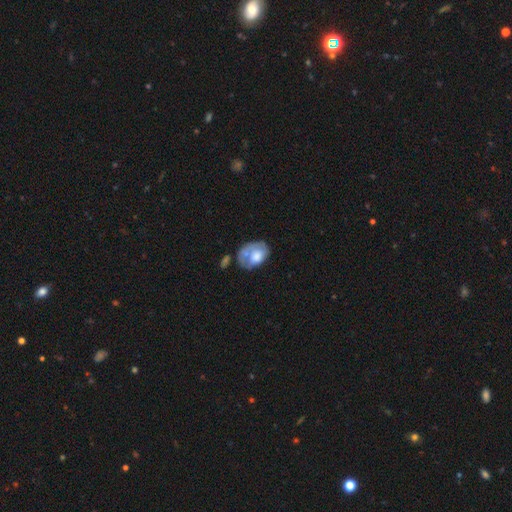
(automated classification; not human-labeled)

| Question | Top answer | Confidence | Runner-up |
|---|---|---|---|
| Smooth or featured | smooth | 58% | featured or disk (35%) |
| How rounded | in between | 78% | round (21%) |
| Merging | none | 32% | minor disturbance (27%) |